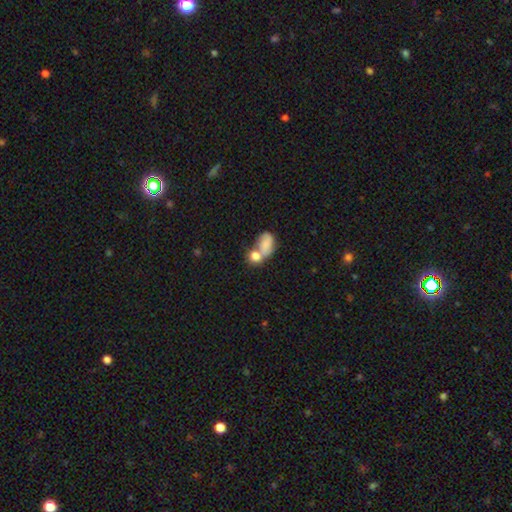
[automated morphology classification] smooth 78%, featured or disk 14%, star or artifact 8%. Down the decision tree: how rounded — in between (58%); merging — merger (62%).